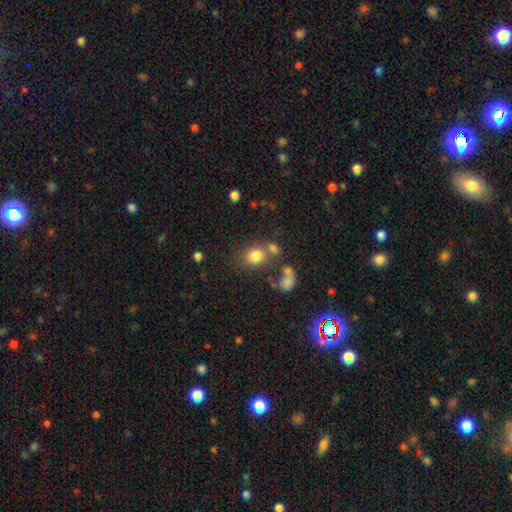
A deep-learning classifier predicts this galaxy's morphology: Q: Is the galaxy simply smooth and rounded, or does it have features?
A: smooth — 78%.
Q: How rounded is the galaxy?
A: round — 57%.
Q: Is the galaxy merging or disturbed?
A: none — 56%.